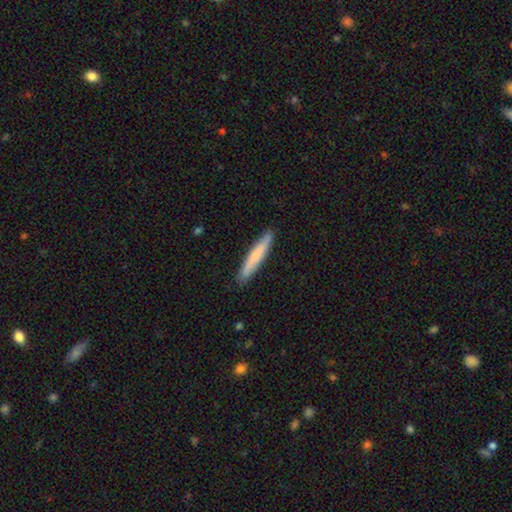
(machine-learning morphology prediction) Smooth or featured? smooth (68%)
How rounded? cigar-shaped (94%)
Merging? none (90%)